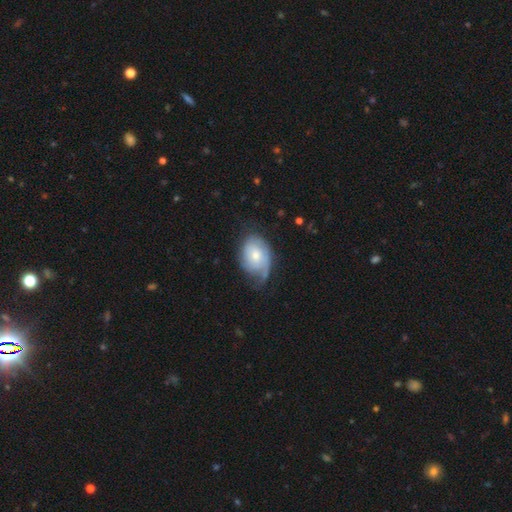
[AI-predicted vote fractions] A featured or disk galaxy (55%) with no bar (77%), spiral arms (82%) and a moderate central bulge (52%). Merging: none (46%).